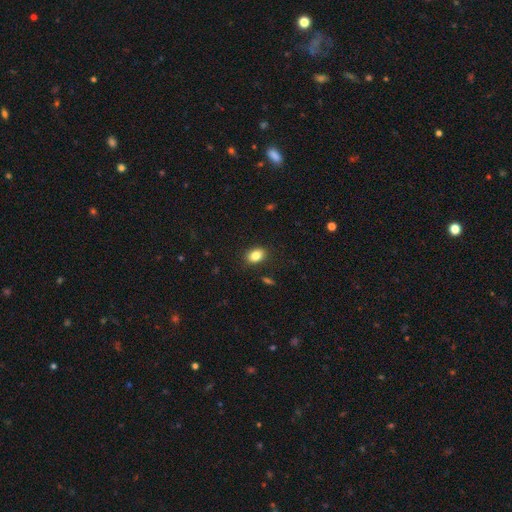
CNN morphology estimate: smooth_or_featured: smooth (p=0.85) [alt: star or artifact p=0.09]
how_rounded: in between (p=0.78) [alt: round p=0.21]
merging: none (p=0.87) [alt: minor disturbance p=0.09]